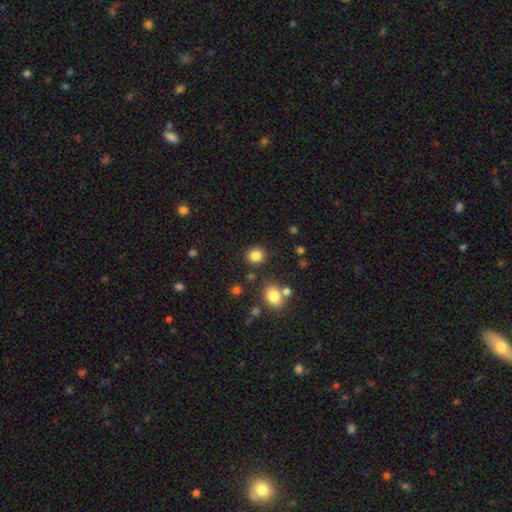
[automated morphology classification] A smooth galaxy with no disk features (84%) that is round (83%).

Vote fractions:
- Smooth or featured? smooth: 84% / star or artifact: 11% / featured or disk: 5%
- How rounded? round: 83% / in between: 16% / cigar-shaped: 1%
- Merging? none: 85% / minor disturbance: 8% / merger: 4% / major disturbance: 3%